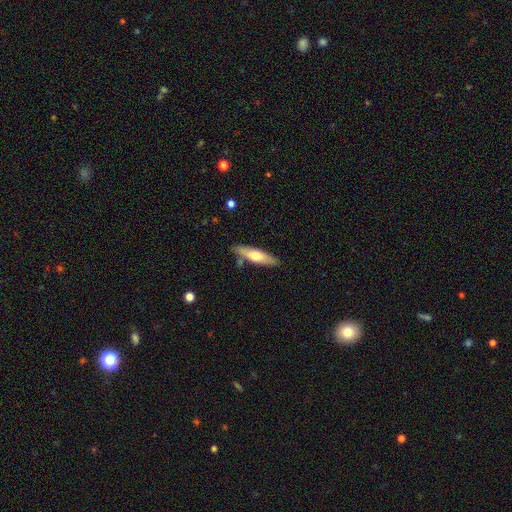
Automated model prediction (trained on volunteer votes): smooth 54%, featured or disk 41%, star or artifact 5%. Down the decision tree: how rounded — cigar-shaped (69%); merging — none (81%).